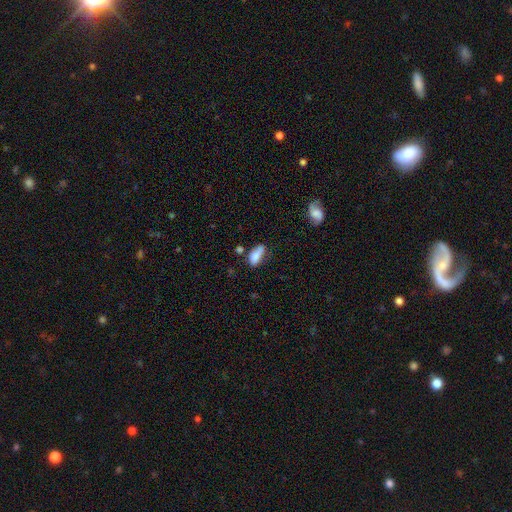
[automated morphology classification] This is likely a smooth galaxy (77%). How rounded: likely in between (79%). Merging: marginally none (43%).